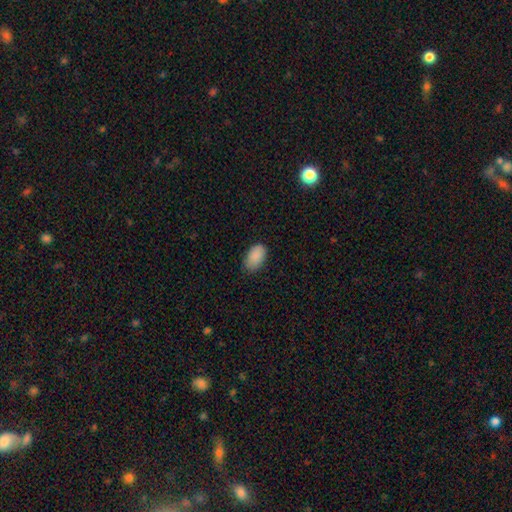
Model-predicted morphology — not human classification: Smooth or featured?
  - smooth: 90% *
  - star or artifact: 7%
  - featured or disk: 3%
How rounded?
  - in between: 93% *
  - round: 6%
  - cigar-shaped: 1%
Merging?
  - none: 75% *
  - minor disturbance: 20%
  - major disturbance: 3%
  - merger: 1%